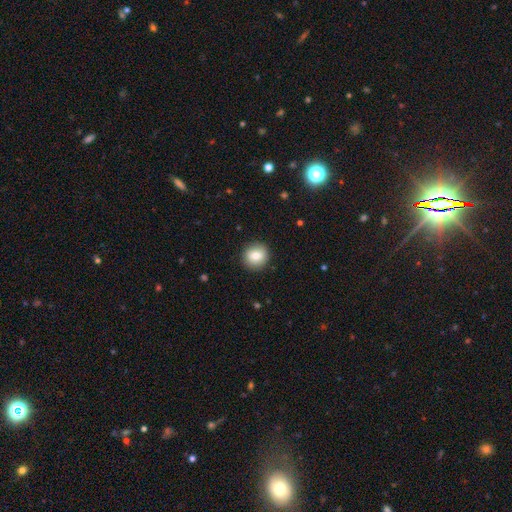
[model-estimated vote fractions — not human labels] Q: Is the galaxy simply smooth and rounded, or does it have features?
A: smooth — 80%.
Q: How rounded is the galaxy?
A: round — 92%.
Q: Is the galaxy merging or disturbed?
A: none — 90%.